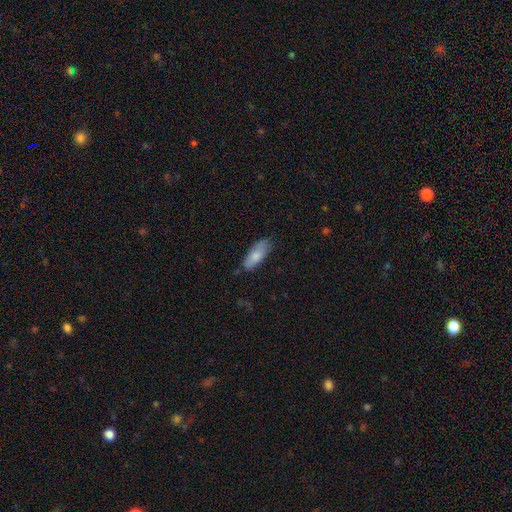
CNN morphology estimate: This is likely a smooth galaxy (79%). How rounded: likely in between (74%). Merging: likely none (72%).